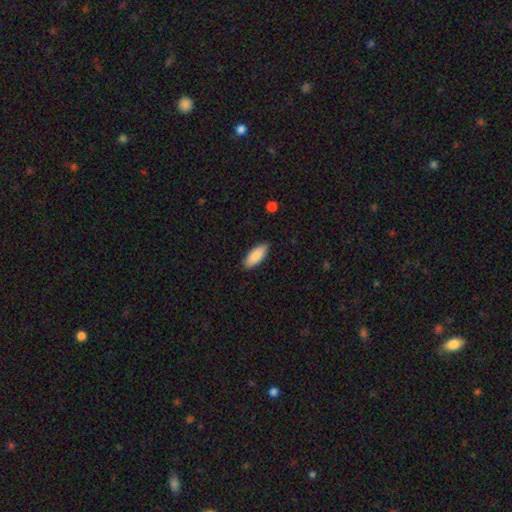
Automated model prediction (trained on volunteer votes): A smooth galaxy with no disk features (86%) that is in between round and cigar-shaped (78%). Merging: none (89%).